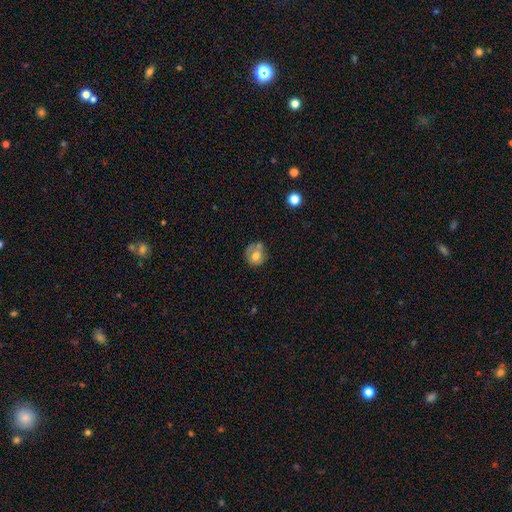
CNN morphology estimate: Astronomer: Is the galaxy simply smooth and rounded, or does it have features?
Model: smooth — 64%.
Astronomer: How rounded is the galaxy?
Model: round — 76%.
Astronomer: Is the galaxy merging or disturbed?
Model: none — 50%.